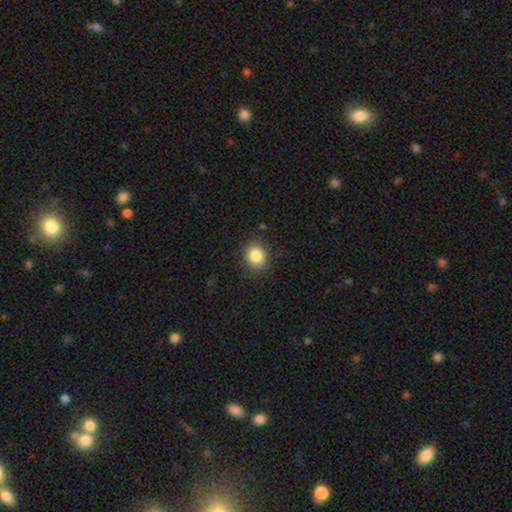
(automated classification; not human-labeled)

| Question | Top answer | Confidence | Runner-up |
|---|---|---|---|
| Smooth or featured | smooth | 85% | star or artifact (10%) |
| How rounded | round | 75% | in between (24%) |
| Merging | none | 87% | minor disturbance (9%) |